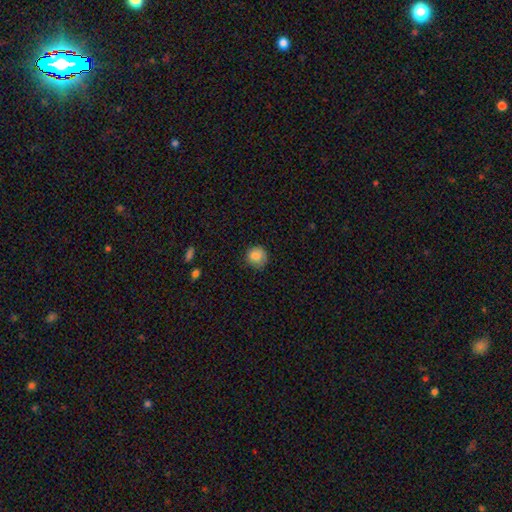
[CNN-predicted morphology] This appears to be a smooth galaxy with no disk features (84%) that is round (90%). Merging: none (74%).